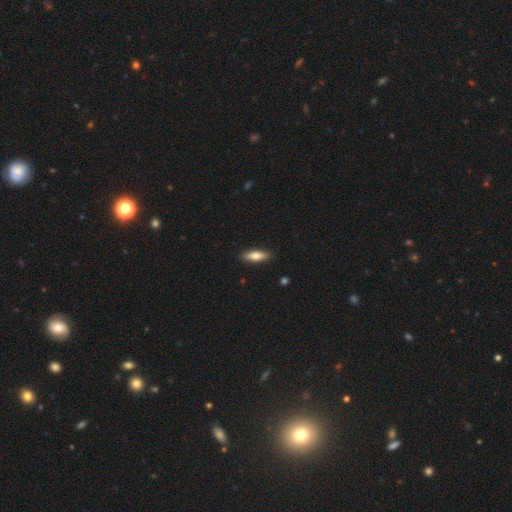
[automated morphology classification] smooth 74%, featured or disk 20%, star or artifact 6%. Down the decision tree: how rounded — in between (50%); merging — none (88%).